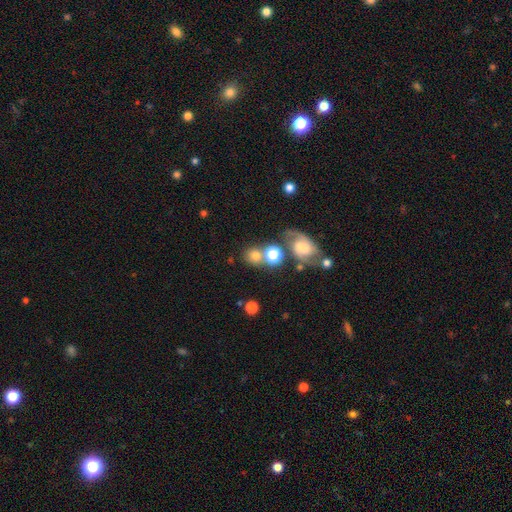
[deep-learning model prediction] smooth 72%, featured or disk 15%, star or artifact 13%. Down the decision tree: how rounded — round (79%); merging — none (54%).